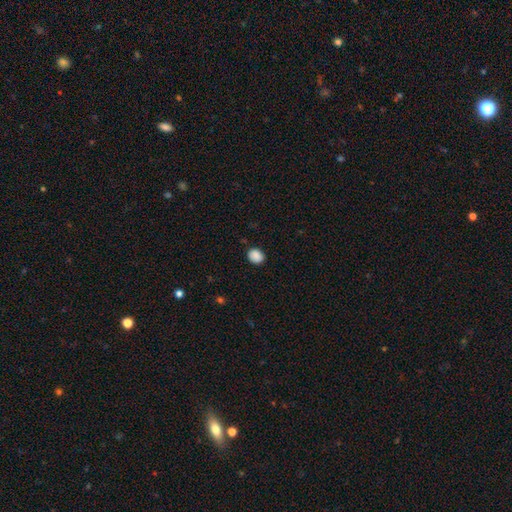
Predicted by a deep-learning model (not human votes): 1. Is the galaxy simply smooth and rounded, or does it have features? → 89% smooth, 8% star or artifact, 3% featured or disk.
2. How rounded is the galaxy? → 51% round, 48% in between, 1% cigar-shaped.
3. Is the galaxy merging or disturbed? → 87% none, 10% minor disturbance, 2% major disturbance, 1% merger.